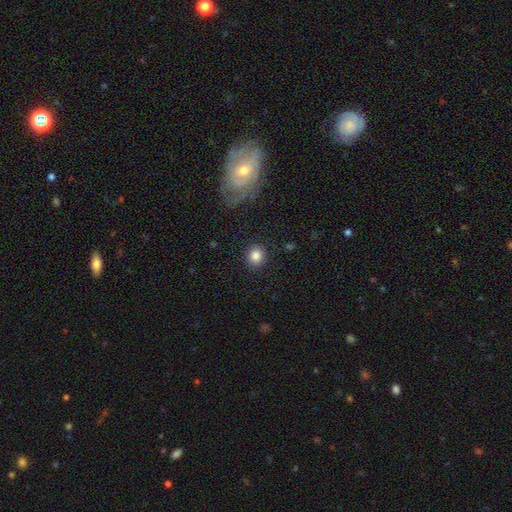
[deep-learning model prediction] smooth 85%, star or artifact 10%, featured or disk 5%. Down the decision tree: how rounded — round (85%); merging — none (90%).